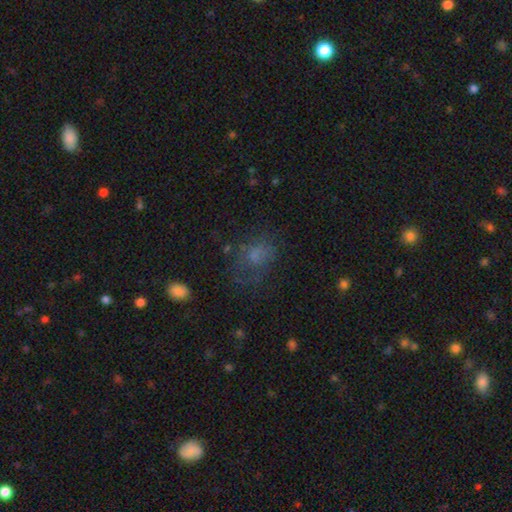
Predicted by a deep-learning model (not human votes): smooth-or-featured: smooth: 58% | featured or disk: 24% | star or artifact: 19%
  how-rounded: in between: 60% | round: 38% | cigar-shaped: 2%
  merging: none: 45% | major disturbance: 29% | minor disturbance: 23% | merger: 3%